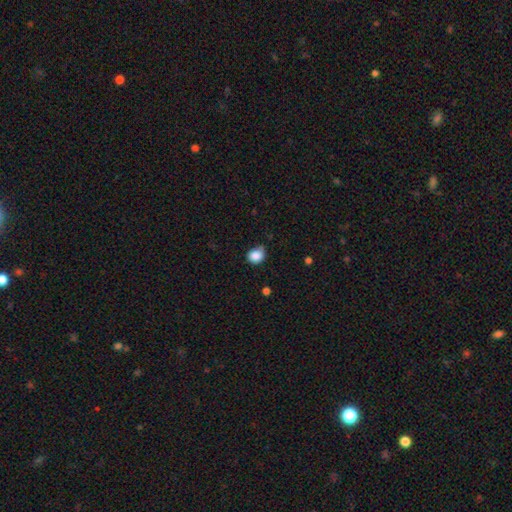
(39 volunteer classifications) Volunteers were most divided on "merging": none: 57%, minor disturbance: 29%, merger: 9%, major disturbance: 6%. More confident: how rounded — round (91%); smooth or featured — smooth (85%).